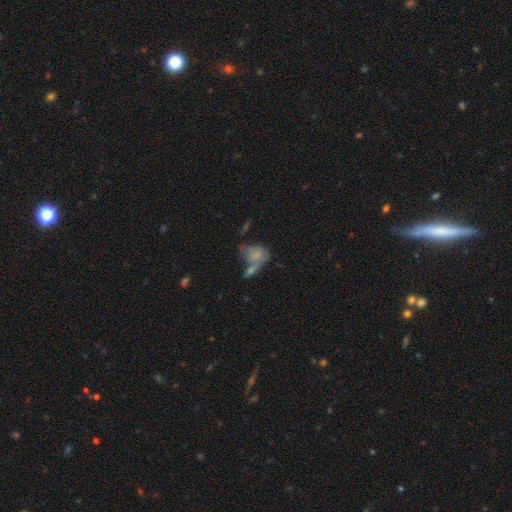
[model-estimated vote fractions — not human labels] A smooth galaxy with no disk features (64%) that is in between round and cigar-shaped (77%). Merging: merger (46%).